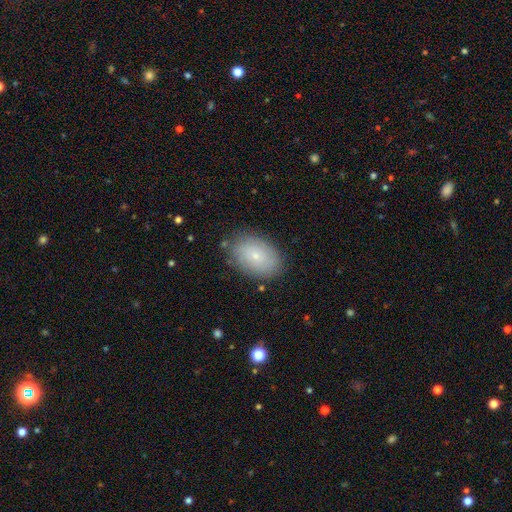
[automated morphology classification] Smooth or featured? smooth (70%)
How rounded? in between (86%)
Merging? none (82%)